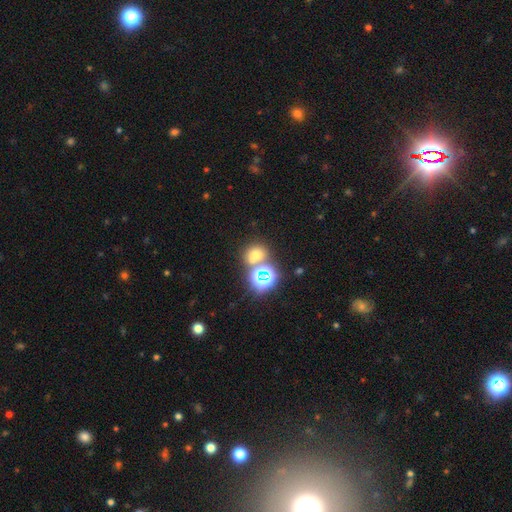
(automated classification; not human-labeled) A smooth galaxy with no disk features (57%) that is round (73%).

Vote fractions:
- Smooth or featured? smooth: 57% / star or artifact: 34% / featured or disk: 10%
- How rounded? round: 73% / in between: 25% / cigar-shaped: 1%
- Merging? none: 58% / merger: 29% / minor disturbance: 9% / major disturbance: 4%